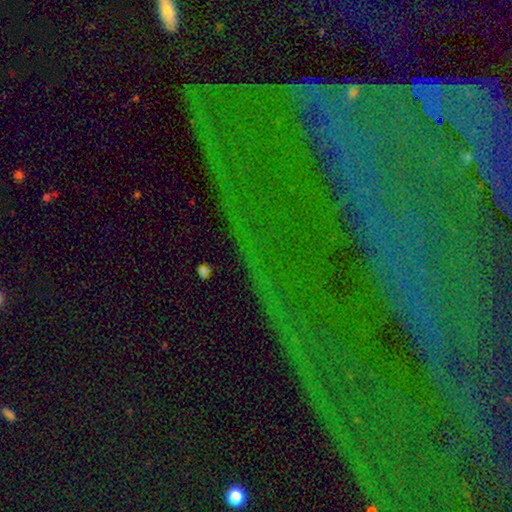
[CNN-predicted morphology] Smooth or featured: star or artifact — 79% (featured or disk — 12%)